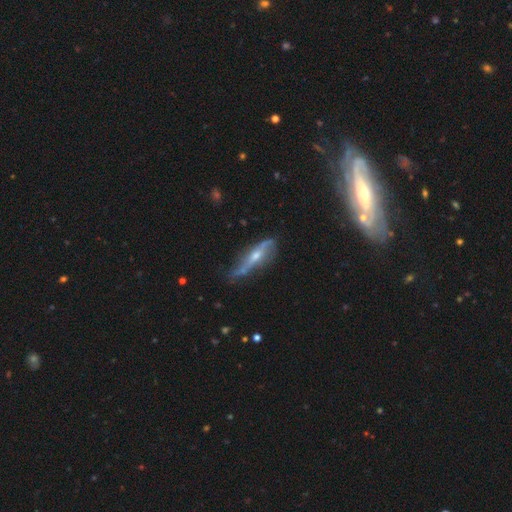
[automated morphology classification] Overall: featured or disk (75%). Edge-on disk: yes (54%; no 46%). Merging: none (59%; minor disturbance 28%).